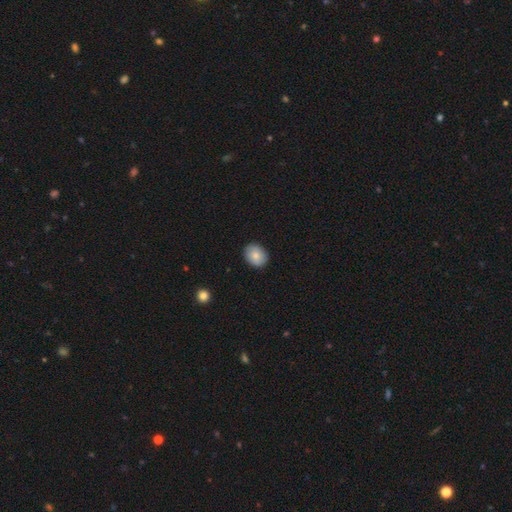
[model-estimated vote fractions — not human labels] Morphology: type=smooth (82%); roundness=in between (50%); merging=none (88%).